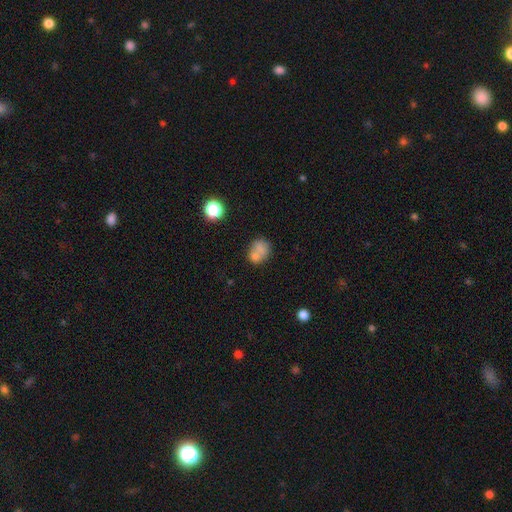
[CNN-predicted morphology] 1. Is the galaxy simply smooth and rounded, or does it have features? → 72% smooth, 16% featured or disk, 11% star or artifact.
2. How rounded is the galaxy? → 59% round, 40% in between, 1% cigar-shaped.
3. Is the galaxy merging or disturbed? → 44% merger, 39% none, 12% minor disturbance, 6% major disturbance.